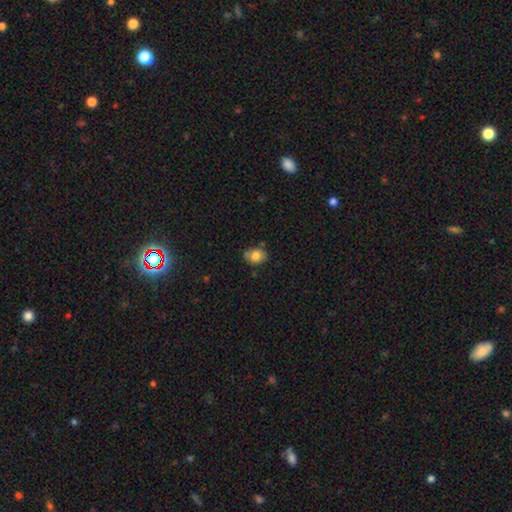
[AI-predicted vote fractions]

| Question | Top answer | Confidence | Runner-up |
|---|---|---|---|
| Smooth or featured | smooth | 74% | featured or disk (17%) |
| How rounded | in between | 64% | round (35%) |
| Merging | none | 70% | minor disturbance (20%) |